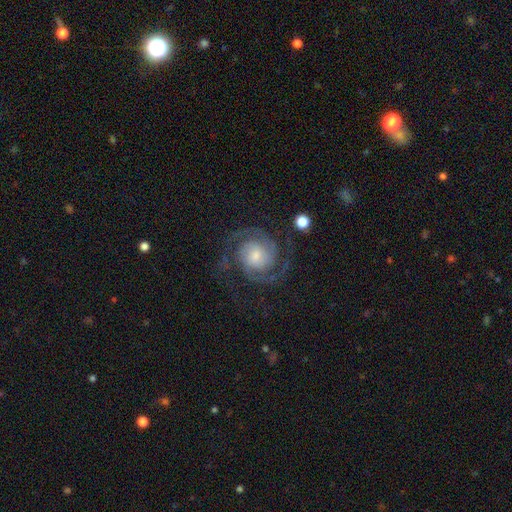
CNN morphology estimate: smooth-or-featured: featured or disk: 89% | smooth: 5% | star or artifact: 5%
  disk-edge-on: no: 98% | yes: 2%
    bar: no: 66% | weak: 27% | strong: 7%
    has-spiral-arms: yes: 98% | no: 2%
      spiral-winding: tight: 53% | medium: 39% | loose: 7%
      spiral-arm-count: 2: 84% | 3: 7% | can't tell: 4% | 1: 2% | 4: 2% | more than 4: 2%
    bulge-size: small: 50% | moderate: 35% | large: 8% | none: 4% | dominant: 2%
  merging: none: 78% | minor disturbance: 12% | major disturbance: 9% | merger: 1%